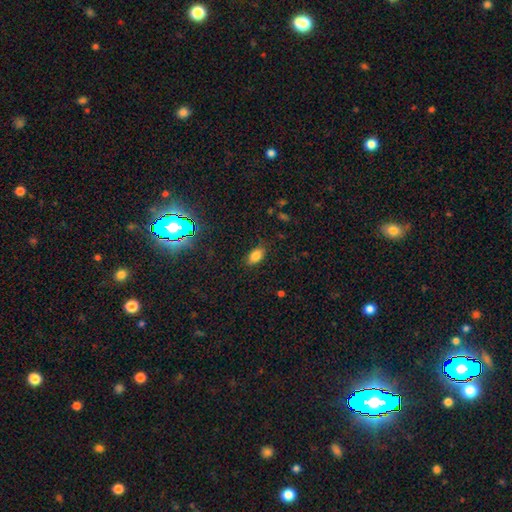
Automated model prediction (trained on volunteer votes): Smooth or featured? Predicted: smooth (p=0.80). How rounded? Predicted: in between (p=0.89). Merging? Predicted: none (p=0.84).